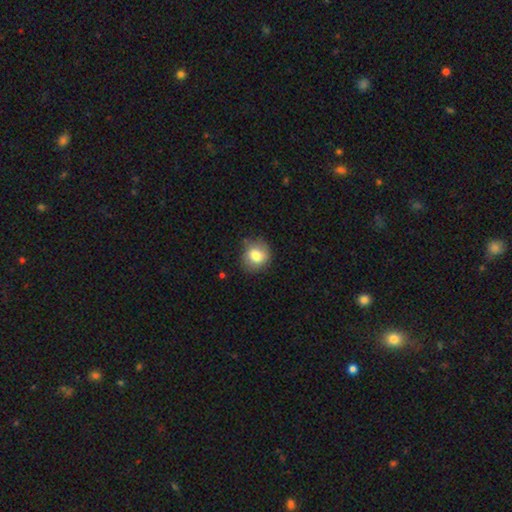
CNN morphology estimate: Smooth or featured? Predicted: smooth (p=0.80). How rounded? Predicted: round (p=0.77). Merging? Predicted: none (p=0.79).